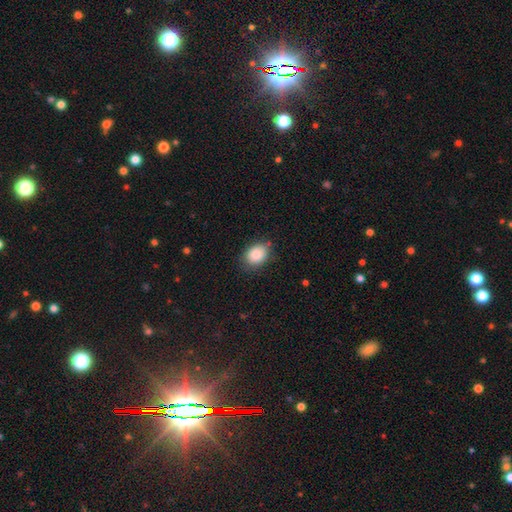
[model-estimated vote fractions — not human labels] Smooth or featured: smooth — 86% (star or artifact — 8%)
How rounded: in between — 66% (round — 33%)
Merging: none — 79% (minor disturbance — 16%)